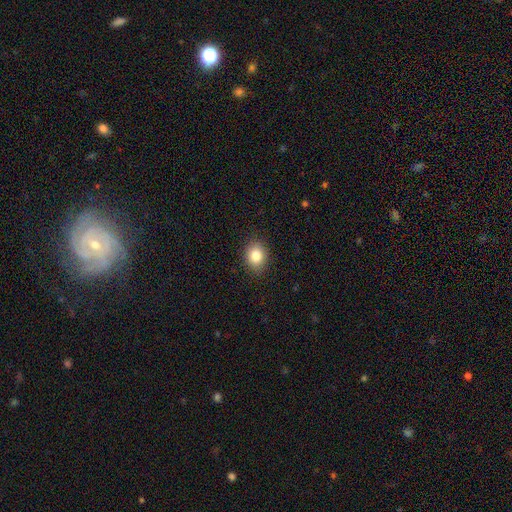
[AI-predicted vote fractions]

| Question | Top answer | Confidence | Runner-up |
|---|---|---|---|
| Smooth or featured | smooth | 83% | star or artifact (10%) |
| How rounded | in between | 52% | round (47%) |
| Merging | none | 88% | minor disturbance (8%) |